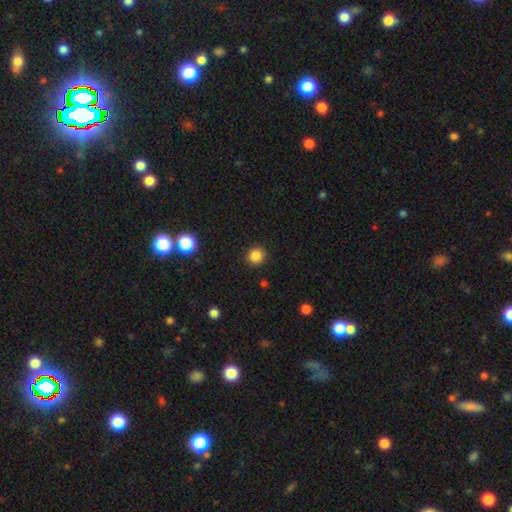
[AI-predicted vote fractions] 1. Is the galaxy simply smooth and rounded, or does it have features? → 85% smooth, 12% star or artifact, 3% featured or disk.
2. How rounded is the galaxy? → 93% round, 6% in between, 1% cigar-shaped.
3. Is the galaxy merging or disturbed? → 91% none, 6% minor disturbance, 2% major disturbance, 1% merger.